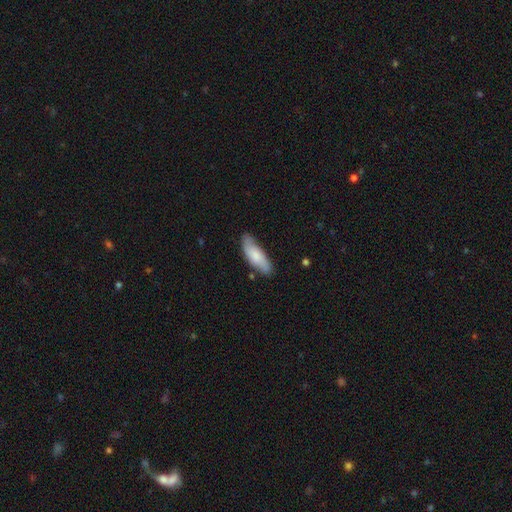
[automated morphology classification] A smooth galaxy with no disk features (69%) that is in between round and cigar-shaped (60%).

Vote fractions:
- Smooth or featured? smooth: 69% / featured or disk: 25% / star or artifact: 6%
- How rounded? in between: 60% / cigar-shaped: 38% / round: 2%
- Merging? none: 76% / minor disturbance: 18% / major disturbance: 3% / merger: 2%